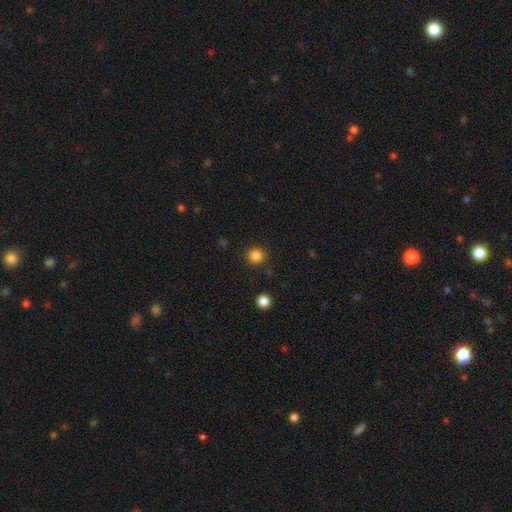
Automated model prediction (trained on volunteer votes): Smooth or featured: smooth — 84% (star or artifact — 13%)
How rounded: round — 94% (in between — 5%)
Merging: none — 89% (minor disturbance — 7%)